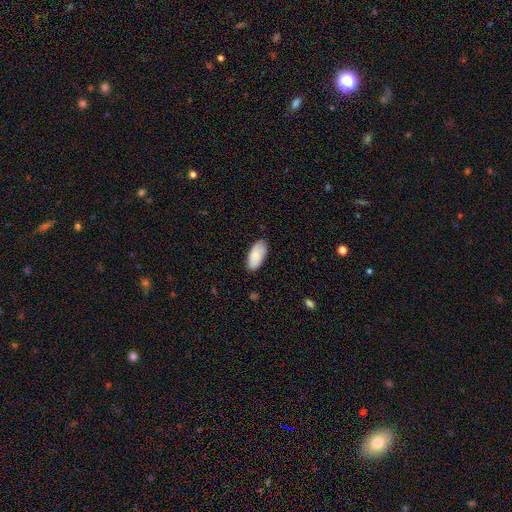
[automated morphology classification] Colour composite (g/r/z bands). It shows a smooth galaxy with no disk features (88%) that is in between round and cigar-shaped (93%). Merging: none (84%).